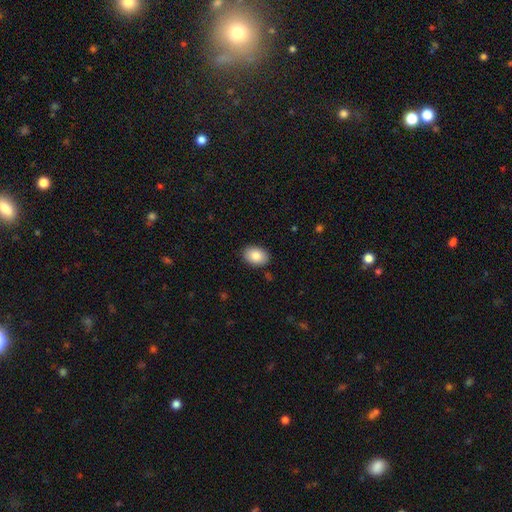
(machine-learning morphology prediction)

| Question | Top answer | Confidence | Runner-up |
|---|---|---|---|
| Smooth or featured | smooth | 86% | star or artifact (7%) |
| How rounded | in between | 78% | round (22%) |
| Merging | none | 89% | minor disturbance (8%) |